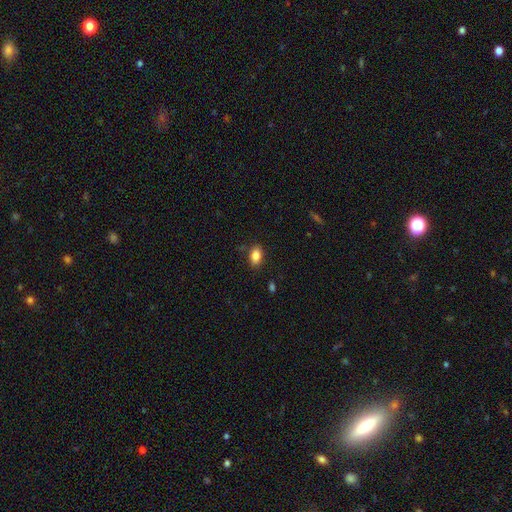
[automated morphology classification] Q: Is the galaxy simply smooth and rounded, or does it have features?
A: smooth — 85%.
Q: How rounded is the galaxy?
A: in between — 88%.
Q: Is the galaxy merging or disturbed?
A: none — 85%.